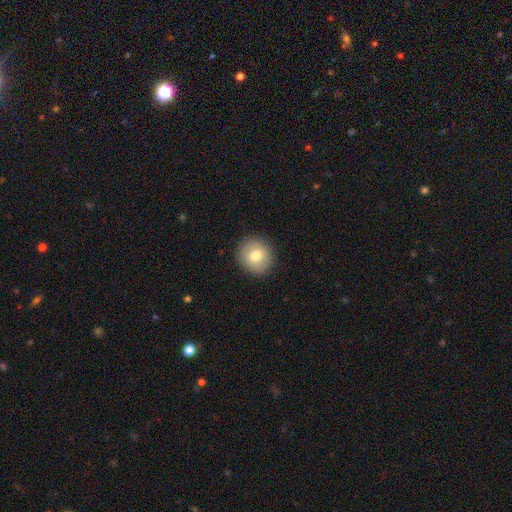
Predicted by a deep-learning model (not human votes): This appears to be a smooth galaxy with no disk features (76%) that is round (90%). Merging: none (90%).